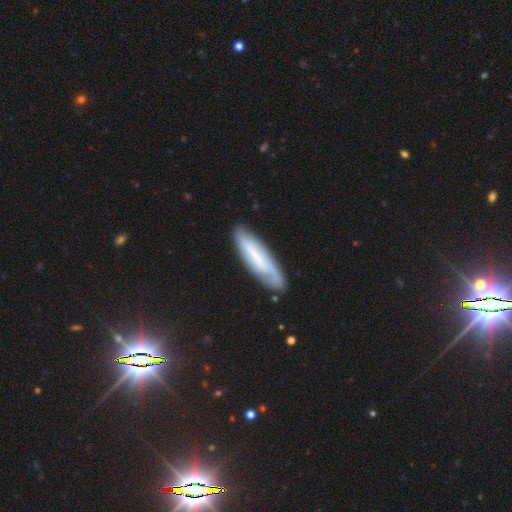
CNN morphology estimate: This appears to be a featured or disk galaxy (48%). Merging: none (74%).